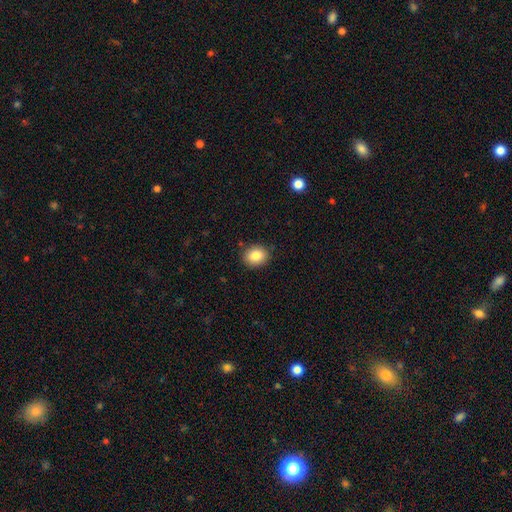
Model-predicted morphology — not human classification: Smooth or featured: smooth — 85% (star or artifact — 9%)
How rounded: round — 53% (in between — 47%)
Merging: none — 88% (minor disturbance — 9%)